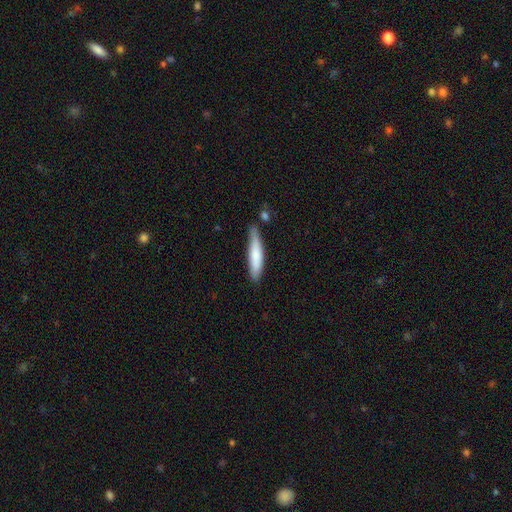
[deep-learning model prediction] This appears to be a smooth galaxy with no disk features (73%) that is cigar-shaped (87%). Merging: none (69%).